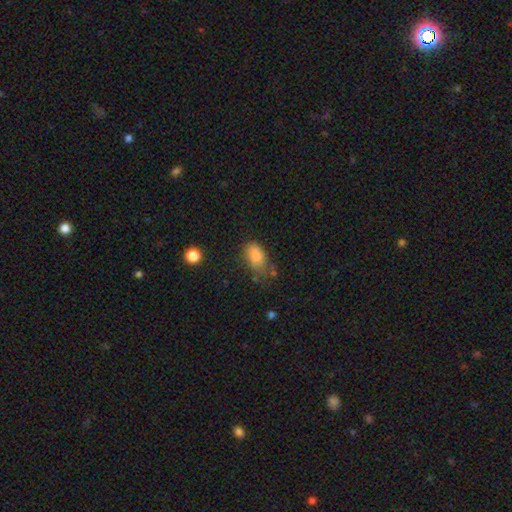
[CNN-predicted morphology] This is clearly a smooth galaxy (81%). How rounded: clearly in between (88%). Merging: possibly none (46%).